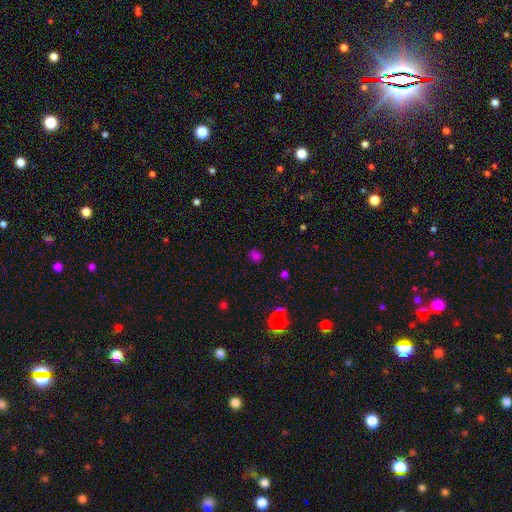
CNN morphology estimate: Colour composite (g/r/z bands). It shows a smooth galaxy with no disk features (67%) that is round (72%). Merging: none (82%).